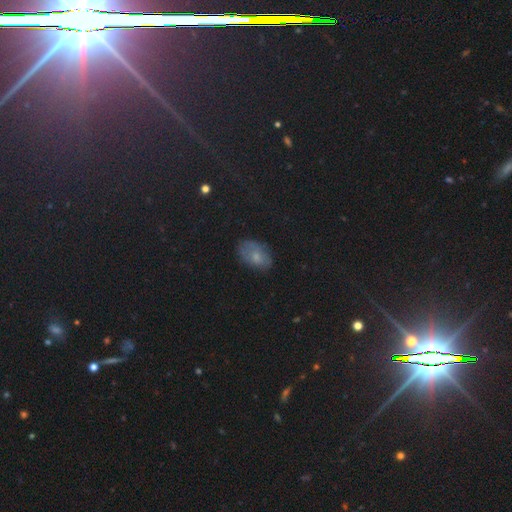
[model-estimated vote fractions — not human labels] smooth 65%, featured or disk 18%, star or artifact 17%. Down the decision tree: how rounded — in between (87%); merging — none (71%).